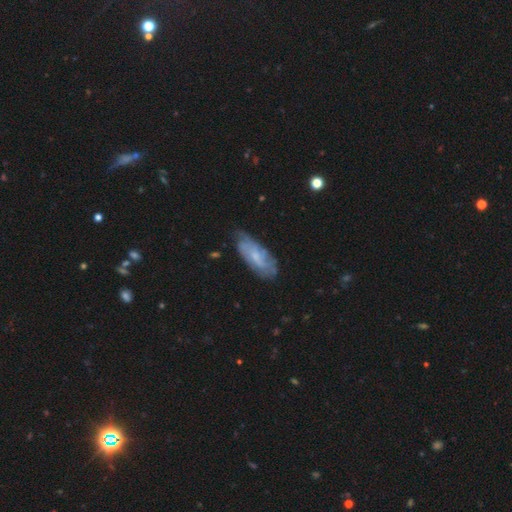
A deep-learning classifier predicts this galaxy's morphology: type=featured or disk (61%); edge-on=no (88%); bar=no (56%); spiral arms=yes (83%); bulge=small (59%); merging=none (67%).